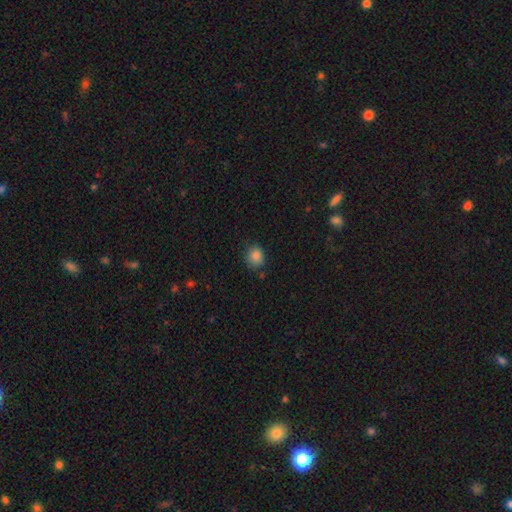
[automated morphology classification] Overall: smooth (85%). How rounded: round (70%). Merging: none (77%).